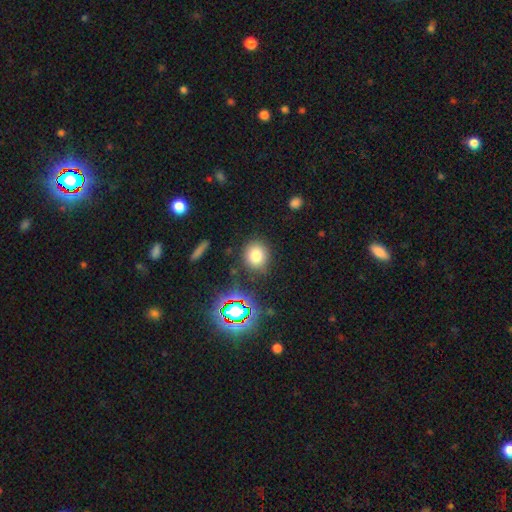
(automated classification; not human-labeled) This appears to be a smooth galaxy with no disk features (76%) that is round (76%). Merging: none (83%).